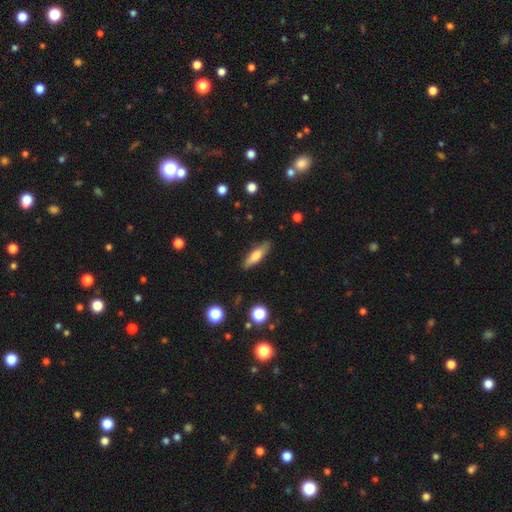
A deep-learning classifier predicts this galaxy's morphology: Overall: smooth (65%; featured or disk 29%). How rounded: cigar-shaped (63%; in between 35%). Merging: none (84%).